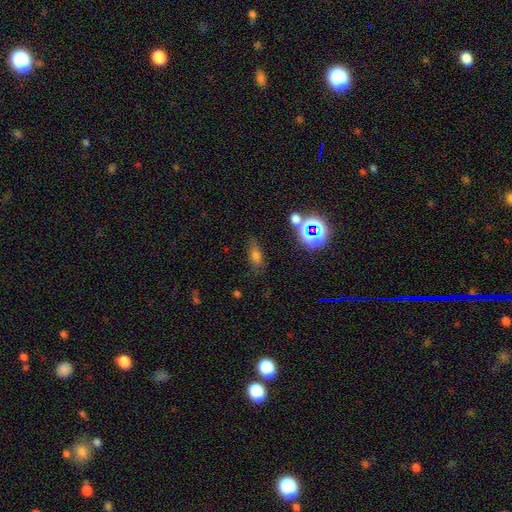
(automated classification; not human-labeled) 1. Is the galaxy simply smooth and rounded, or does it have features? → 61% smooth, 23% star or artifact, 16% featured or disk.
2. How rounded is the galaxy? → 68% in between, 21% cigar-shaped, 11% round.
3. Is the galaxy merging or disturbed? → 71% none, 18% minor disturbance, 6% major disturbance, 4% merger.